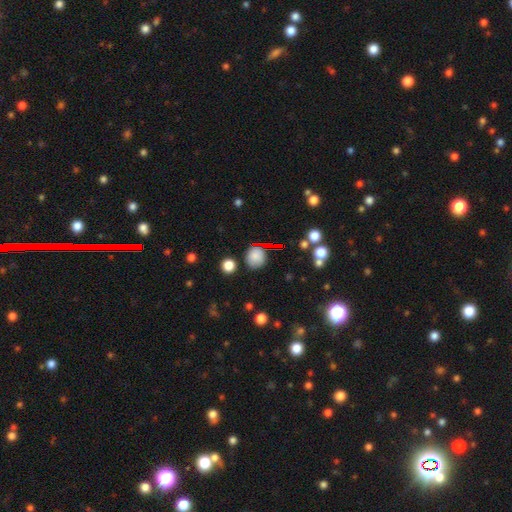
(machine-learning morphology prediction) smooth_or_featured: smooth (p=0.72) [alt: star or artifact p=0.20]
how_rounded: round (p=0.86) [alt: in between p=0.13]
merging: none (p=0.79) [alt: minor disturbance p=0.12]